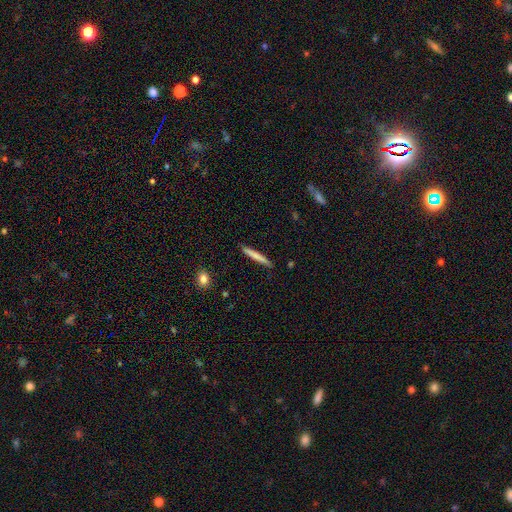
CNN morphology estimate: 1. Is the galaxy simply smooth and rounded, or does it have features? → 72% smooth, 22% featured or disk, 6% star or artifact.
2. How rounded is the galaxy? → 96% cigar-shaped, 3% in between, 1% round.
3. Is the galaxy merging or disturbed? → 88% none, 9% minor disturbance, 2% major disturbance, 1% merger.